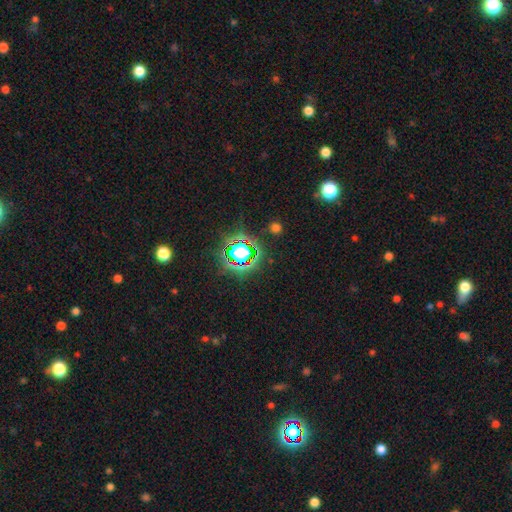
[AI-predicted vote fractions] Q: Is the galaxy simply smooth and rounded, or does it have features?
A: star or artifact — 82%.